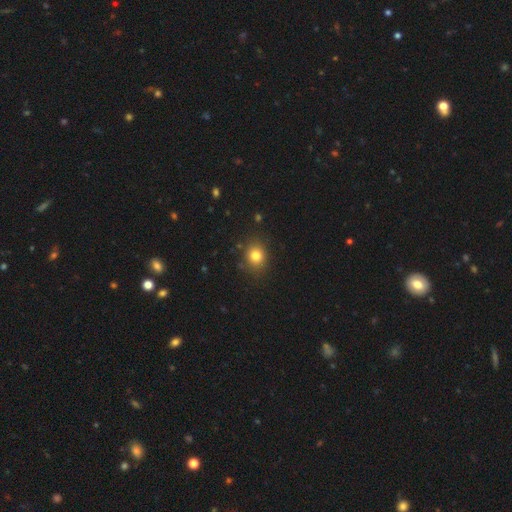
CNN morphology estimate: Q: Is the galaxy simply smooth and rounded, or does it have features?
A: smooth — 80%.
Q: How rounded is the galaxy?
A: round — 71%.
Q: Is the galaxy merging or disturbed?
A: none — 85%.